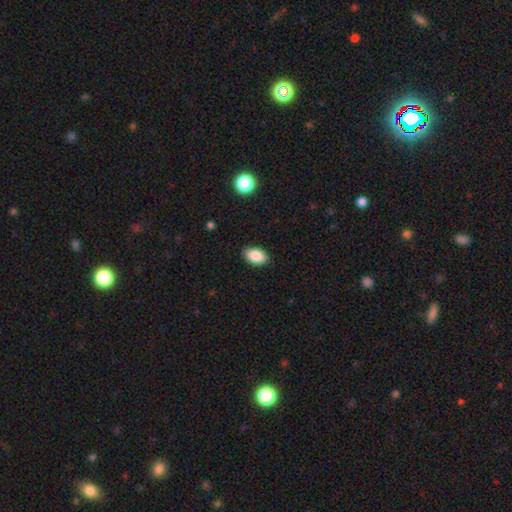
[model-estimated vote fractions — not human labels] The model was most divided on "merging": none: 88%, minor disturbance: 9%, major disturbance: 2%, merger: 1%. More confident: how rounded — in between (91%); smooth or featured — smooth (88%).